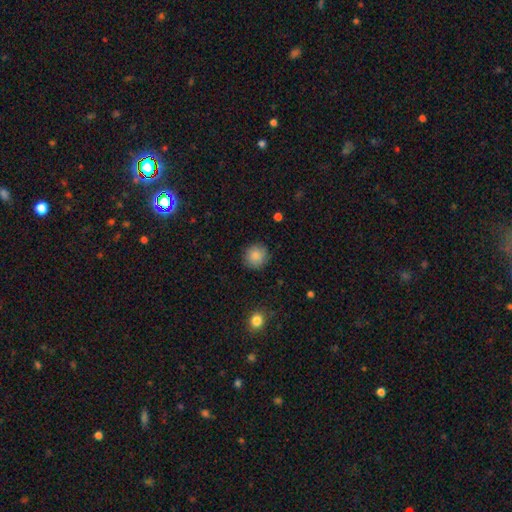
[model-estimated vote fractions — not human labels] smooth_or_featured: smooth (p=0.87) [alt: star or artifact p=0.08]
how_rounded: round (p=0.91) [alt: in between p=0.08]
merging: none (p=0.87) [alt: minor disturbance p=0.09]